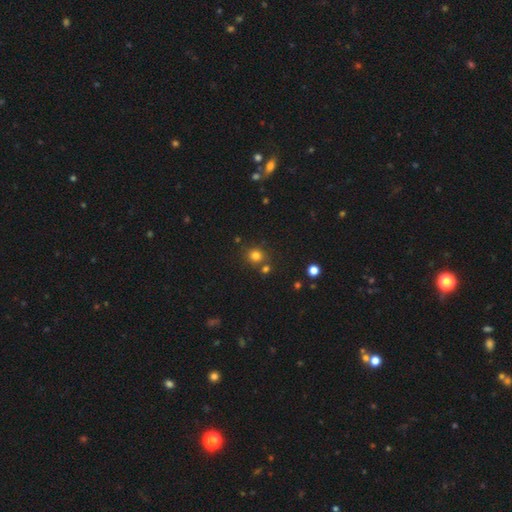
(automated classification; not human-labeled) A smooth galaxy with no disk features (79%) that is round (86%).

Vote fractions:
- Smooth or featured? smooth: 79% / star or artifact: 15% / featured or disk: 6%
- How rounded? round: 86% / in between: 13% / cigar-shaped: 1%
- Merging? none: 73% / merger: 15% / minor disturbance: 9% / major disturbance: 3%